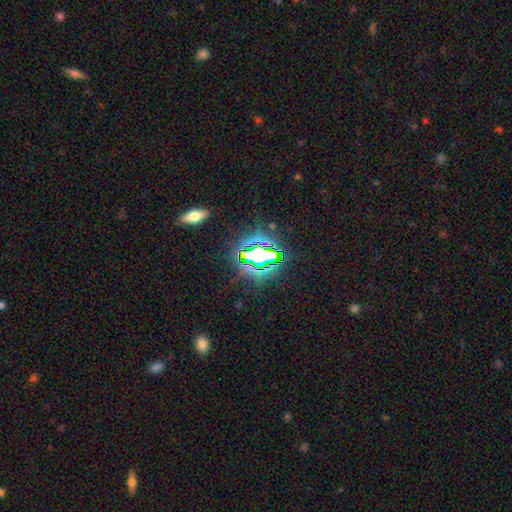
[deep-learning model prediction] smooth-or-featured: star or artifact: 74% | smooth: 15% | featured or disk: 11%